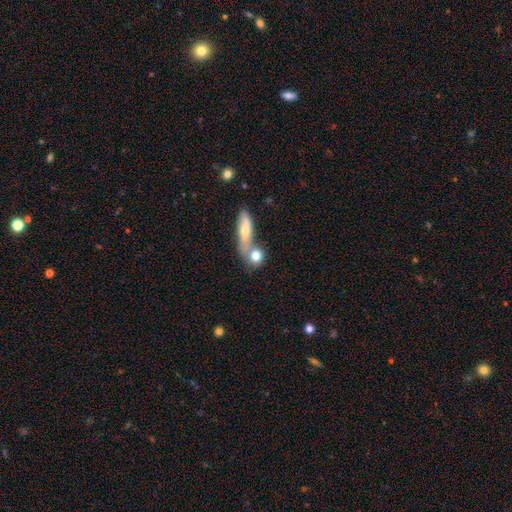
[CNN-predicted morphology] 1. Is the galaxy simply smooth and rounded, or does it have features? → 76% smooth, 16% featured or disk, 8% star or artifact.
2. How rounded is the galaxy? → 66% round, 25% in between, 10% cigar-shaped.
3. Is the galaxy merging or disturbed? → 45% none, 41% merger, 9% minor disturbance, 5% major disturbance.